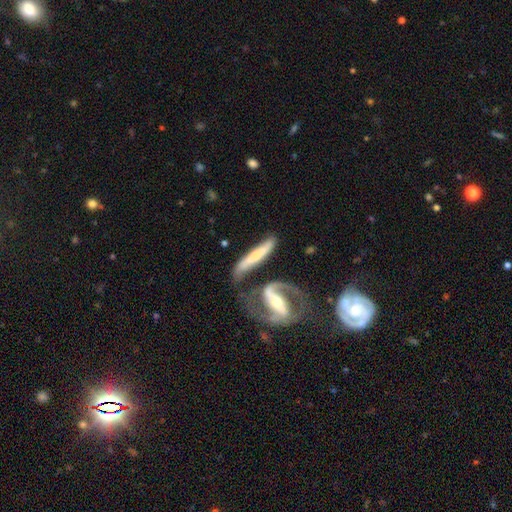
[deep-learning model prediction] Q: Smooth or featured?
A: featured or disk (57%); runner-up: smooth (37%)
Q: Edge-on disk?
A: yes (51%); runner-up: no (49%)
Q: Merging?
A: none (54%); runner-up: merger (21%)